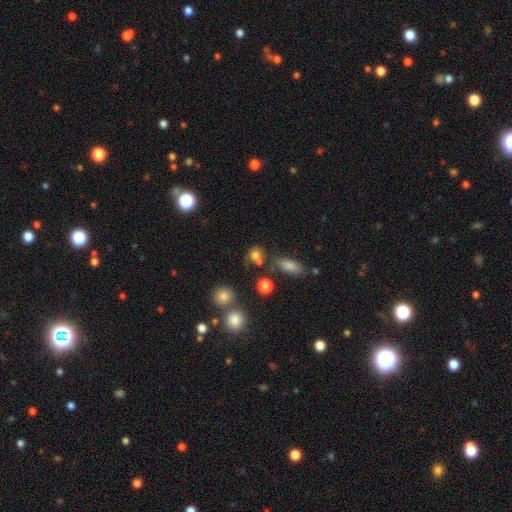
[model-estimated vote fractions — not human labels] This is likely a smooth galaxy (76%). How rounded: likely round (71%). Merging: possibly none (56%).